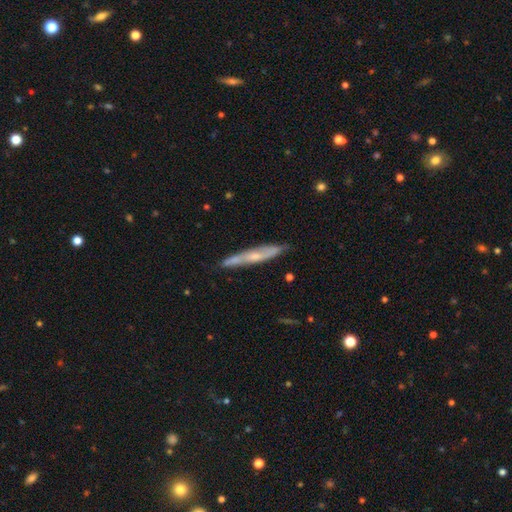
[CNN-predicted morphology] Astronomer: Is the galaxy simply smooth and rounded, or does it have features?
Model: featured or disk — 60%.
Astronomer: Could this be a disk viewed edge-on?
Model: yes — 76%.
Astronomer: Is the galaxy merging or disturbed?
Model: none — 81%.